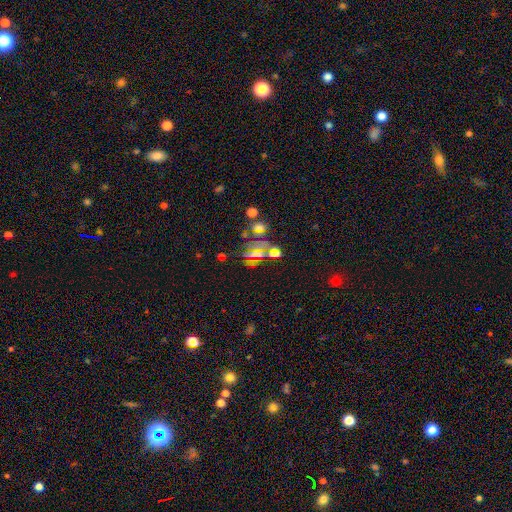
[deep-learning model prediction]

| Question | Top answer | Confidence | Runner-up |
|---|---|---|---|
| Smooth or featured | star or artifact | 49% | smooth (34%) |